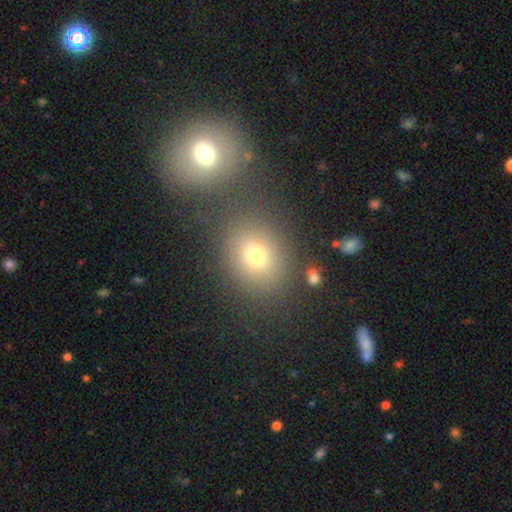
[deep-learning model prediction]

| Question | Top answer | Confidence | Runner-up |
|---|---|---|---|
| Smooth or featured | smooth | 72% | star or artifact (16%) |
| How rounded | round | 57% | in between (42%) |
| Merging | none | 73% | merger (13%) |